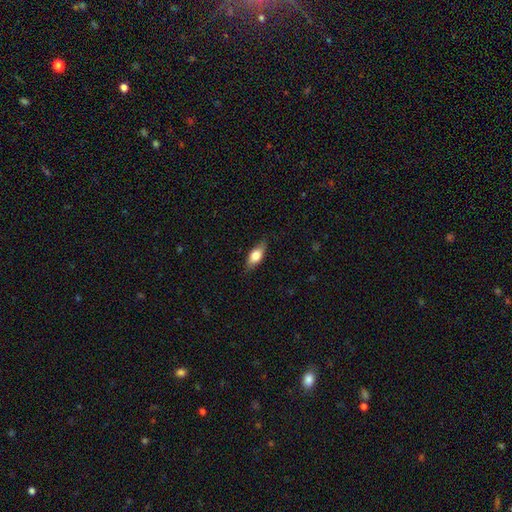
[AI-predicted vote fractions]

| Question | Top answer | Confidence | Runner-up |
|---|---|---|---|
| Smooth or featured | smooth | 65% | featured or disk (29%) |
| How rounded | in between | 73% | cigar-shaped (23%) |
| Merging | none | 83% | minor disturbance (13%) |